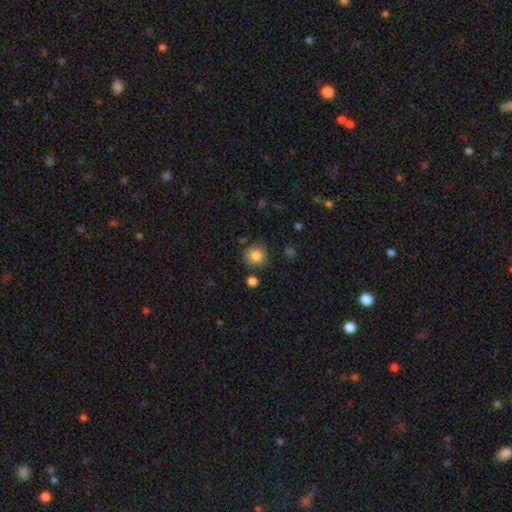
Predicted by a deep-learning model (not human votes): smooth_or_featured: smooth (p=0.84) [alt: star or artifact p=0.10]
how_rounded: round (p=0.92) [alt: in between p=0.07]
merging: none (p=0.83) [alt: minor disturbance p=0.09]